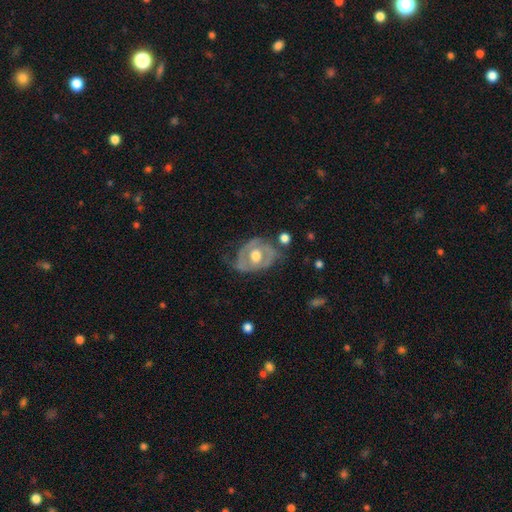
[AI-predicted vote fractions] A featured or disk galaxy (74%) with no bar (62%), spiral arms (60%) and a moderate central bulge (67%). Merging: none (55%).